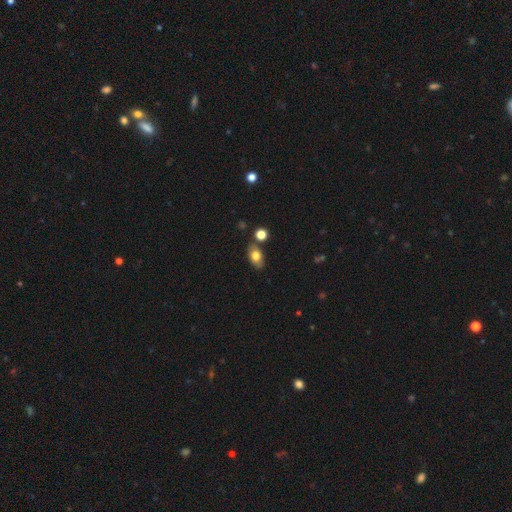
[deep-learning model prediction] smooth 76%, featured or disk 15%, star or artifact 9%. Down the decision tree: how rounded — in between (85%); merging — none (76%).